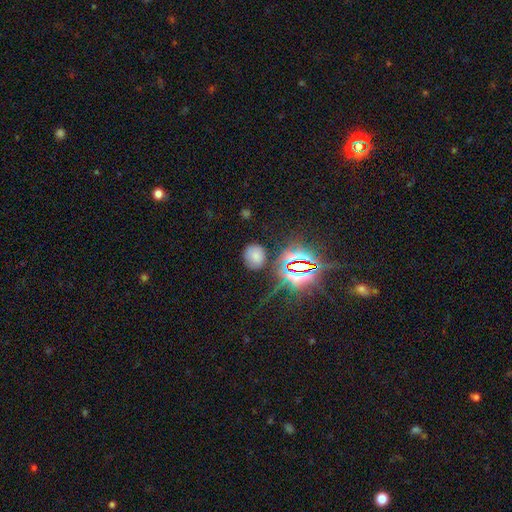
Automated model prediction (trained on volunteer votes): Smooth or featured? Predicted: smooth (p=0.64). How rounded? Predicted: round (p=0.67). Merging? Predicted: none (p=0.78).